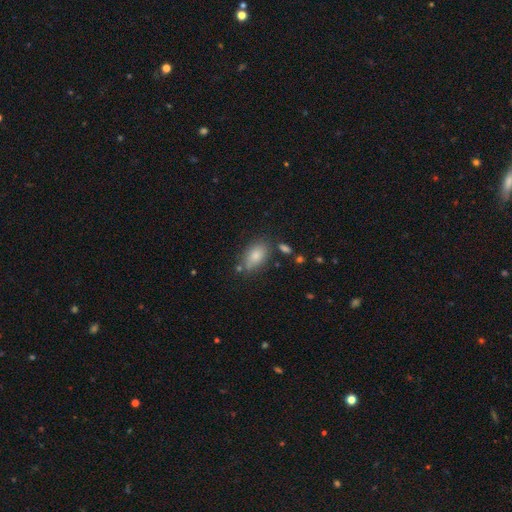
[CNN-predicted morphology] smooth 82%, featured or disk 10%, star or artifact 8%. Down the decision tree: how rounded — in between (90%); merging — none (70%).